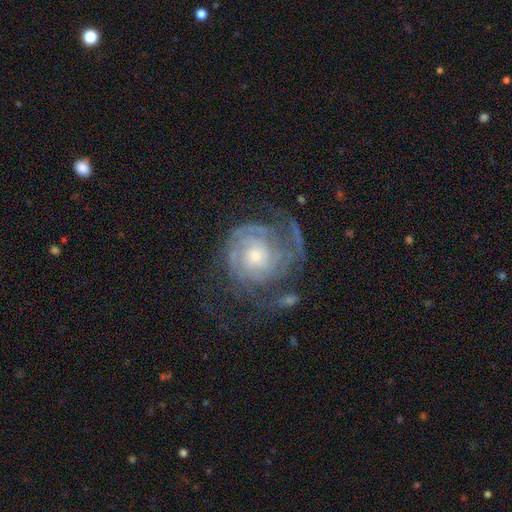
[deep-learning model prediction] Morphology: type=featured or disk (85%); edge-on=no (98%); bar=no (76%); spiral arms=yes (95%); winding=tight (67%); arm count=can't tell (32%); bulge=small (47%); merging=none (59%).